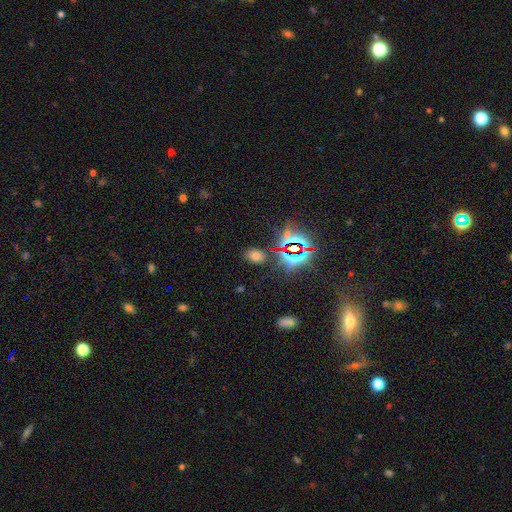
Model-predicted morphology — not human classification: Overall: smooth (56%; star or artifact 37%). How rounded: in between (80%). Merging: none (82%).